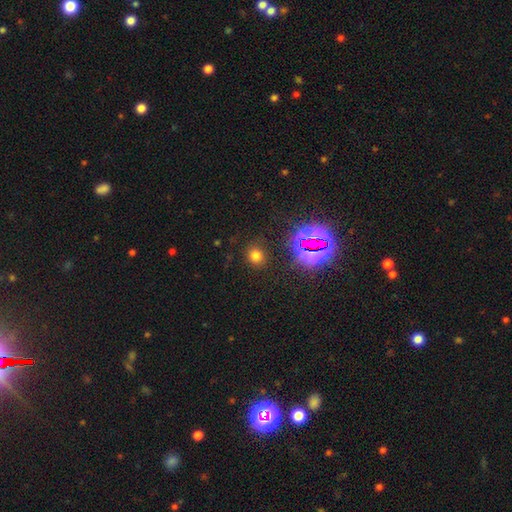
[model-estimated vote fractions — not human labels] smooth 68%, star or artifact 26%, featured or disk 6%. Down the decision tree: how rounded — round (77%); merging — none (86%).